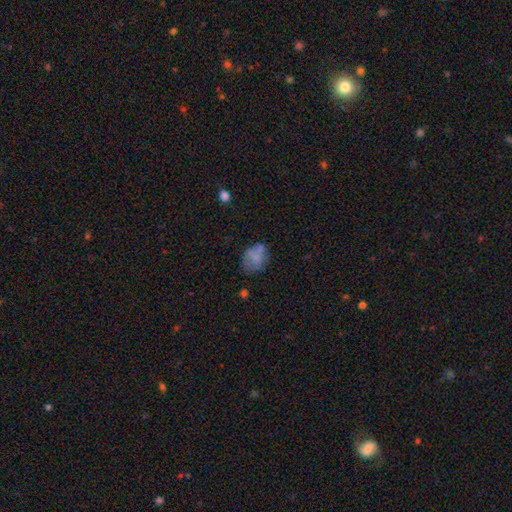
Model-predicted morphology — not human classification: Smooth or featured? Predicted: smooth (p=0.64). How rounded? Predicted: in between (p=0.54). Merging? Predicted: none (p=0.50).